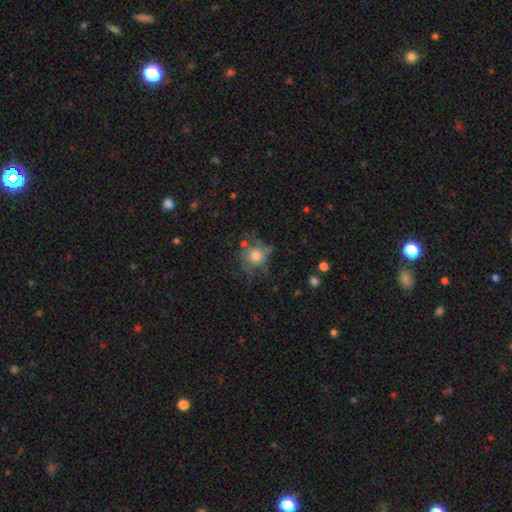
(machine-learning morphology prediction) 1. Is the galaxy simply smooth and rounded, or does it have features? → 50% smooth, 37% featured or disk, 13% star or artifact.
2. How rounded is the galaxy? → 78% round, 21% in between, 1% cigar-shaped.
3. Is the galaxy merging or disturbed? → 48% none, 25% major disturbance, 23% minor disturbance, 4% merger.